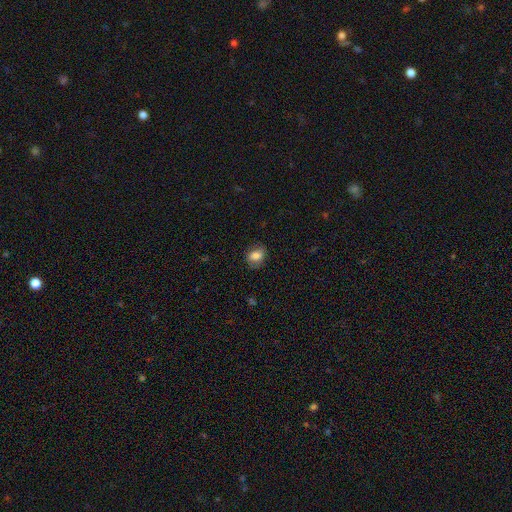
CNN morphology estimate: Q: Smooth or featured?
A: smooth (78%); runner-up: featured or disk (14%)
Q: How rounded?
A: in between (68%); runner-up: round (30%)
Q: Merging?
A: none (75%); runner-up: minor disturbance (18%)